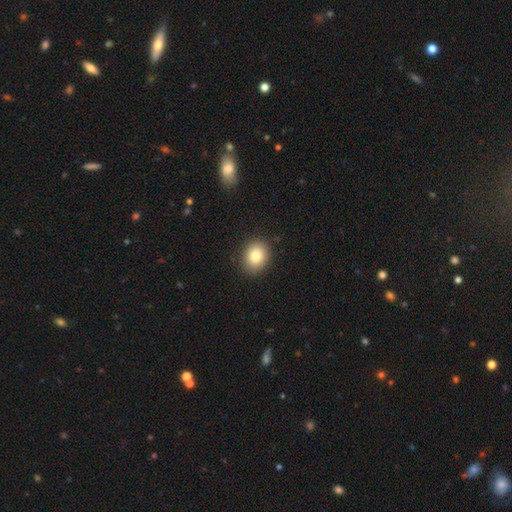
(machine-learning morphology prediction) This appears to be a smooth galaxy with no disk features (83%) that is in between round and cigar-shaped (52%). Merging: none (88%).